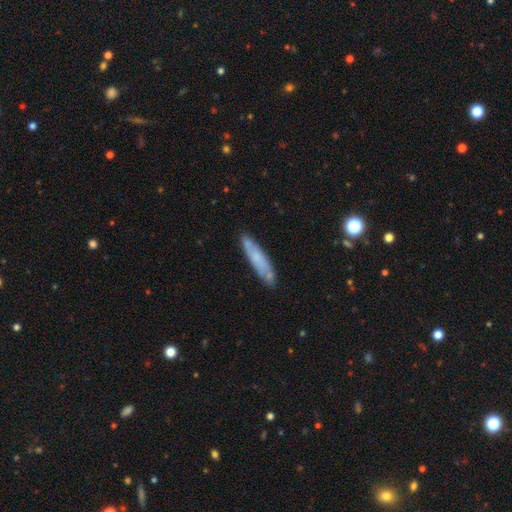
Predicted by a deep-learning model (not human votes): This is possibly a smooth galaxy (55%). How rounded: clearly cigar-shaped (85%). Merging: likely none (79%).